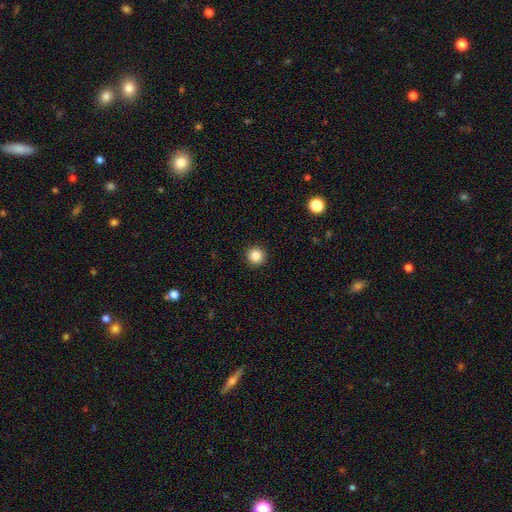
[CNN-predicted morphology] Smooth or featured: smooth — 85% (star or artifact — 11%)
How rounded: round — 96% (in between — 3%)
Merging: none — 93% (minor disturbance — 4%)